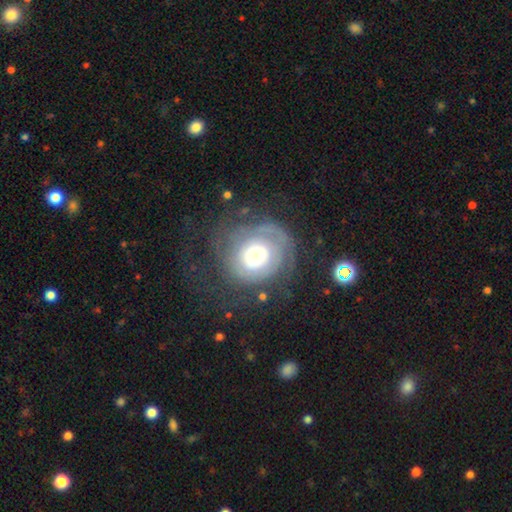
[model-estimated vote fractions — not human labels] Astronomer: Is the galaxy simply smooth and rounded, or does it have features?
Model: featured or disk — 60%.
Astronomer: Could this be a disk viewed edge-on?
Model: no — 97%.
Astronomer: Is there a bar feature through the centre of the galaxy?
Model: no — 85%.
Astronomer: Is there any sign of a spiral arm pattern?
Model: yes — 64%.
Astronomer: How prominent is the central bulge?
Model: small — 32% (runner-up: moderate, 31%).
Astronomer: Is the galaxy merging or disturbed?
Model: none — 55%.